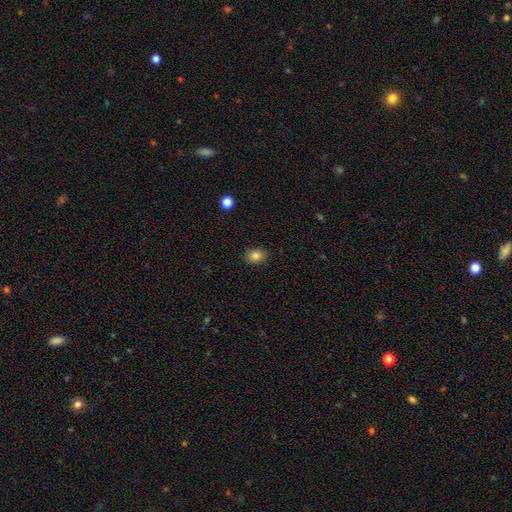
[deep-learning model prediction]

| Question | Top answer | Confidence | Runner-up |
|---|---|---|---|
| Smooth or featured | smooth | 82% | star or artifact (11%) |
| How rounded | in between | 63% | round (36%) |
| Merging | none | 87% | minor disturbance (10%) |